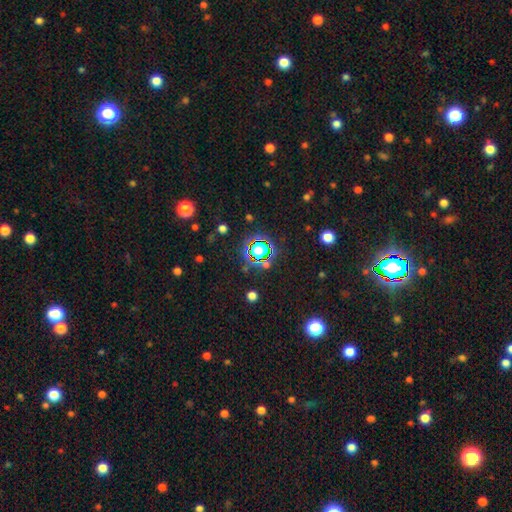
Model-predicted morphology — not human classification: smooth-or-featured: star or artifact: 63% | smooth: 26% | featured or disk: 11%